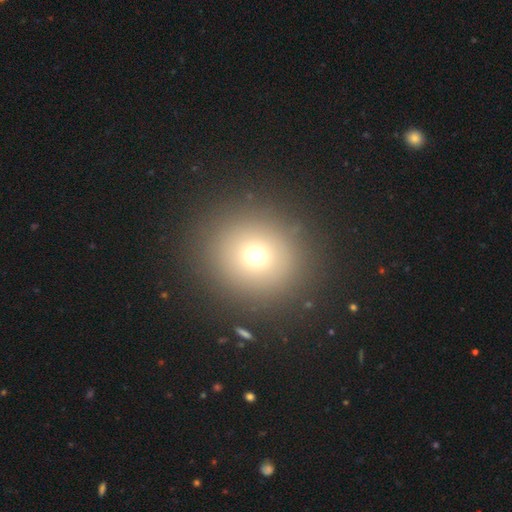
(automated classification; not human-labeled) Smooth or featured: smooth — 68% (star or artifact — 21%)
How rounded: round — 89% (in between — 10%)
Merging: none — 90% (minor disturbance — 6%)